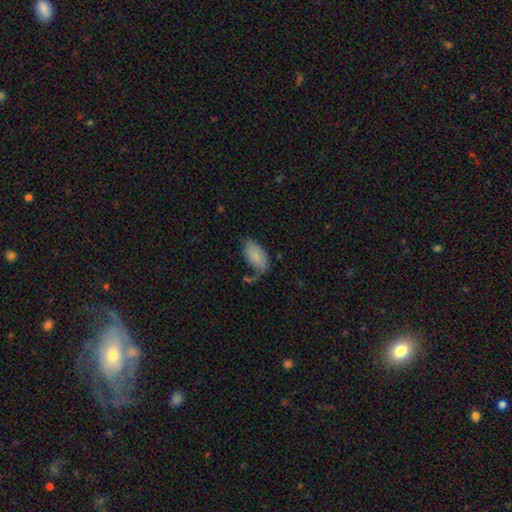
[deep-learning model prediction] smooth 82%, featured or disk 11%, star or artifact 7%. Down the decision tree: how rounded — in between (95%); merging — none (62%).